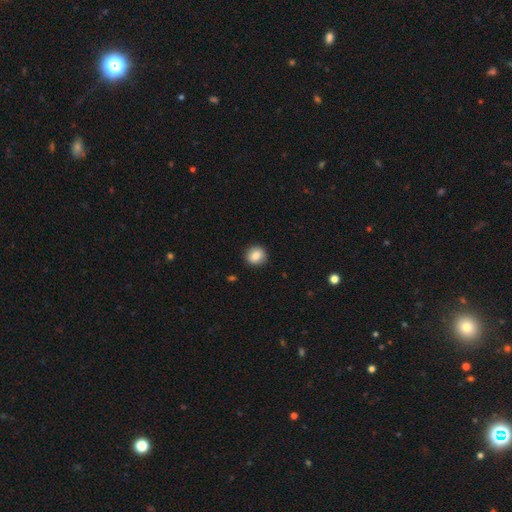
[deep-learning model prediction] A smooth galaxy with no disk features (84%) that is round (88%). Merging: none (90%).